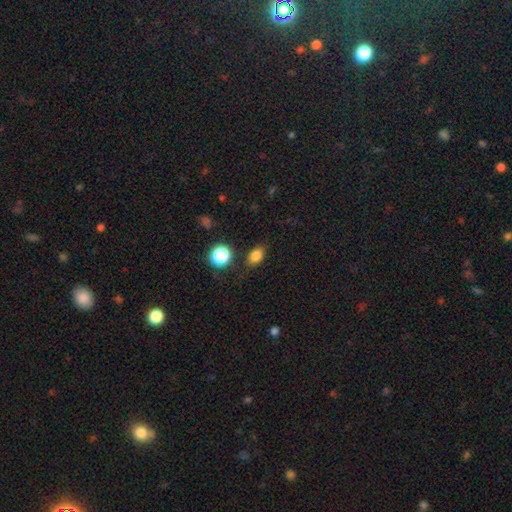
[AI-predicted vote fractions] This appears to be a smooth galaxy with no disk features (80%) that is in between round and cigar-shaped (74%). Merging: none (82%).